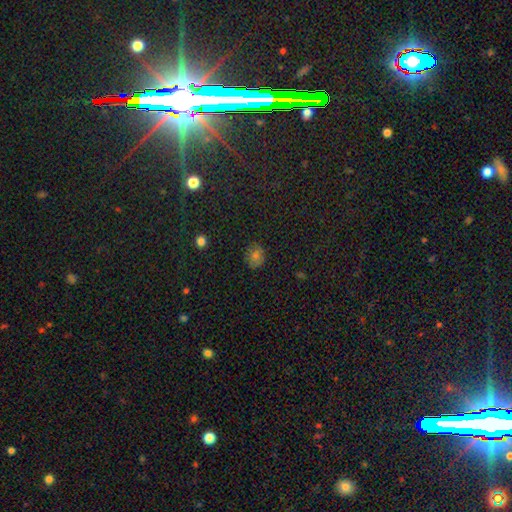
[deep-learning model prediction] smooth-or-featured: smooth: 65% | star or artifact: 24% | featured or disk: 11%
  how-rounded: round: 69% | in between: 30% | cigar-shaped: 1%
  merging: none: 82% | minor disturbance: 13% | major disturbance: 3% | merger: 1%